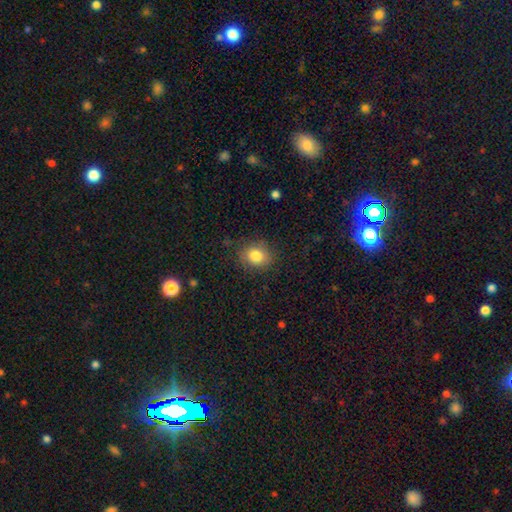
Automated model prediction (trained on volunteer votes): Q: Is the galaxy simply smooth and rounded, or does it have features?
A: smooth — 82%.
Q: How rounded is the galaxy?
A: round — 65%.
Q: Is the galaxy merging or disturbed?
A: none — 82%.